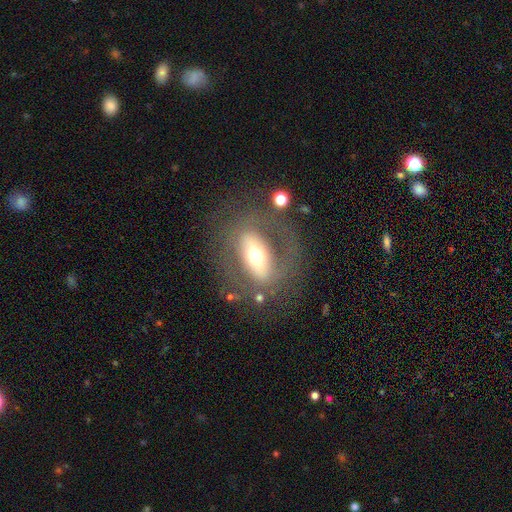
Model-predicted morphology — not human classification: This is likely a featured or disk galaxy (63%). It is clearly not viewed edge-on (84%). Bar: possibly strong (52%). Spiral arm pattern: possibly no (59%). Central bulge: likely moderate (64%). Merging: likely none (65%).